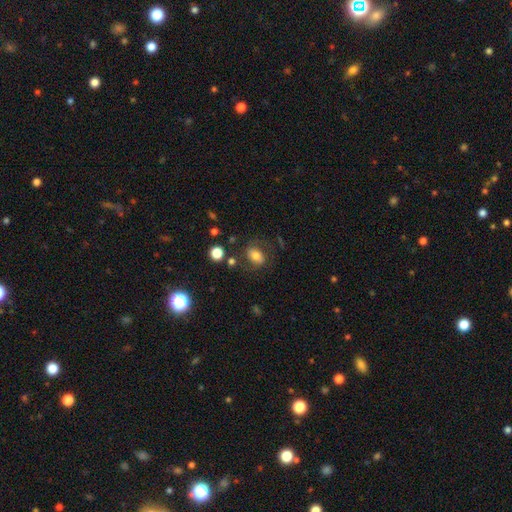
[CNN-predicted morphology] Smooth or featured? Predicted: smooth (p=0.68). How rounded? Predicted: in between (p=0.74). Merging? Predicted: none (p=0.65).